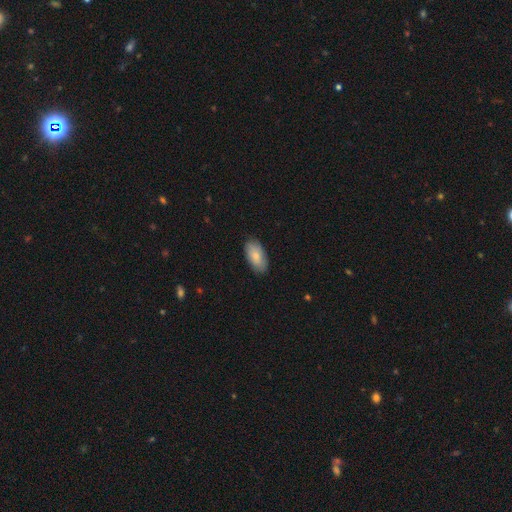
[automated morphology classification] A smooth galaxy with no disk features (81%) that is in between round and cigar-shaped (93%).

Vote fractions:
- Smooth or featured? smooth: 81% / featured or disk: 13% / star or artifact: 6%
- How rounded? in between: 93% / cigar-shaped: 4% / round: 3%
- Merging? none: 85% / minor disturbance: 12% / major disturbance: 2% / merger: 1%